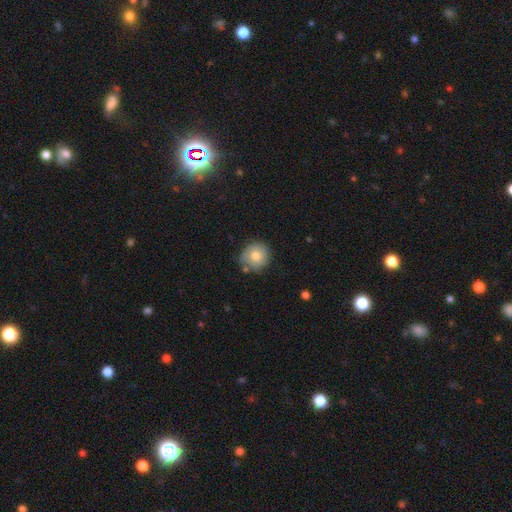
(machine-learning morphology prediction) This is likely a smooth galaxy (76%). How rounded: clearly round (88%). Merging: likely none (68%).